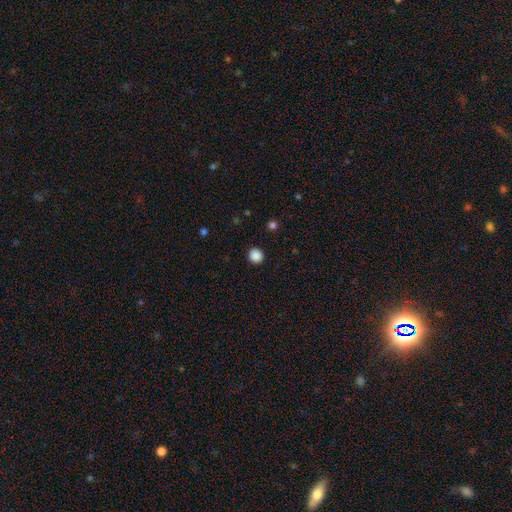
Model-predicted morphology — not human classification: This is clearly a smooth galaxy (88%). How rounded: clearly round (91%). Merging: clearly none (92%).